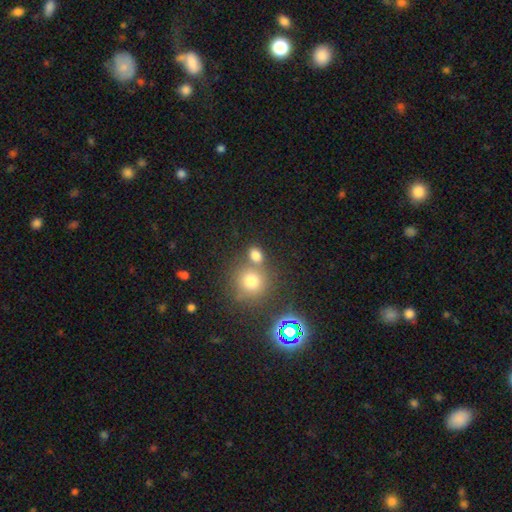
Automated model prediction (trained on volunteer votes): A smooth galaxy with no disk features (73%) that is round (54%). Merging: none (58%).